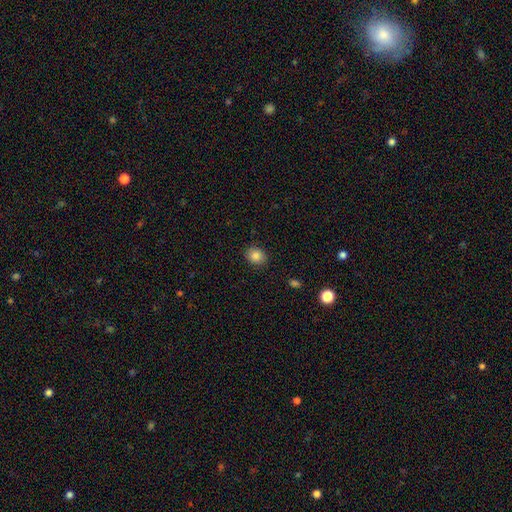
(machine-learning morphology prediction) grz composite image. It shows a smooth galaxy with no disk features (86%) that is round (56%). Merging: none (88%).